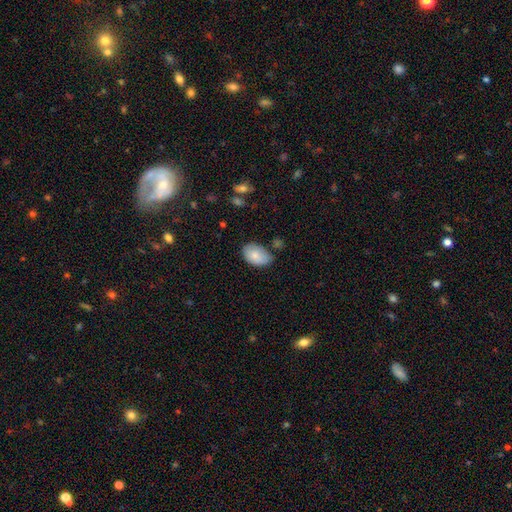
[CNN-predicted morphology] A smooth galaxy with no disk features (82%) that is in between round and cigar-shaped (89%).

Vote fractions:
- Smooth or featured? smooth: 82% / featured or disk: 12% / star or artifact: 7%
- How rounded? in between: 89% / round: 9% / cigar-shaped: 1%
- Merging? none: 56% / minor disturbance: 33% / major disturbance: 6% / merger: 5%